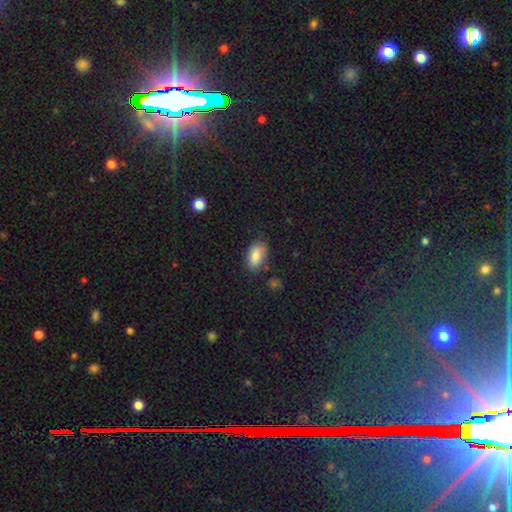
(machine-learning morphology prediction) smooth 84%, featured or disk 8%, star or artifact 8%. Down the decision tree: how rounded — in between (92%); merging — none (74%).